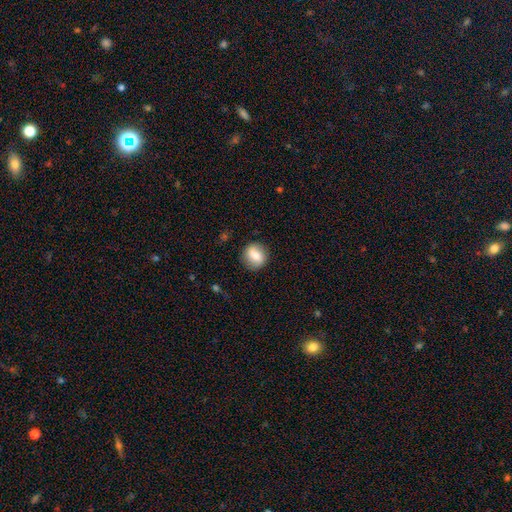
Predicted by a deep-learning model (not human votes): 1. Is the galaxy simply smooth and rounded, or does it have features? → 68% smooth, 24% featured or disk, 8% star or artifact.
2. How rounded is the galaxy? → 85% round, 14% in between, 1% cigar-shaped.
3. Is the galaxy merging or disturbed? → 85% none, 10% minor disturbance, 3% major disturbance, 1% merger.